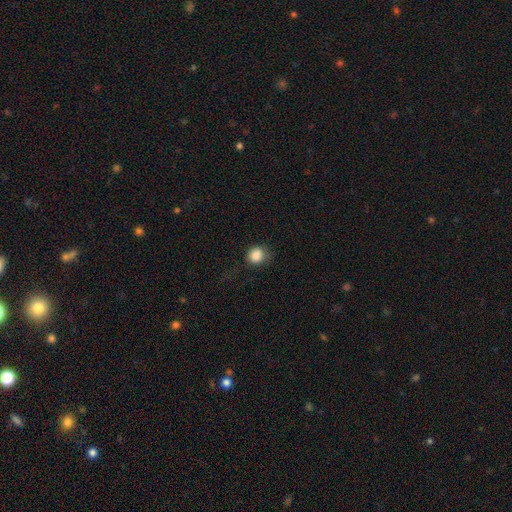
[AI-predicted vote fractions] smooth-or-featured: smooth: 85% | star or artifact: 10% | featured or disk: 5%
  how-rounded: round: 83% | in between: 16% | cigar-shaped: 1%
  merging: none: 71% | minor disturbance: 19% | major disturbance: 9% | merger: 1%